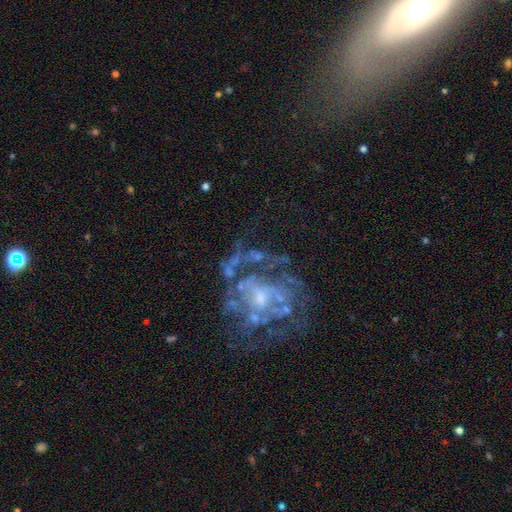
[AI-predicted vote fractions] A featured or disk galaxy (78%) with no bar (68%), spiral arms (53%) and a small central bulge (50%). Merging: none (47%).